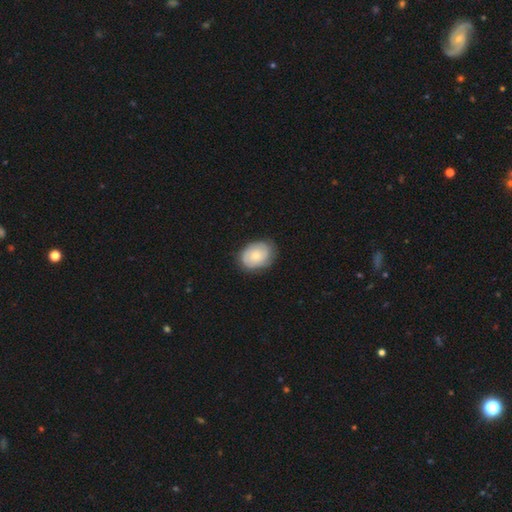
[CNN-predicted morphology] smooth-or-featured: smooth: 53% | featured or disk: 40% | star or artifact: 6%
  how-rounded: in between: 68% | round: 31% | cigar-shaped: 1%
  merging: none: 77% | minor disturbance: 18% | major disturbance: 4% | merger: 1%